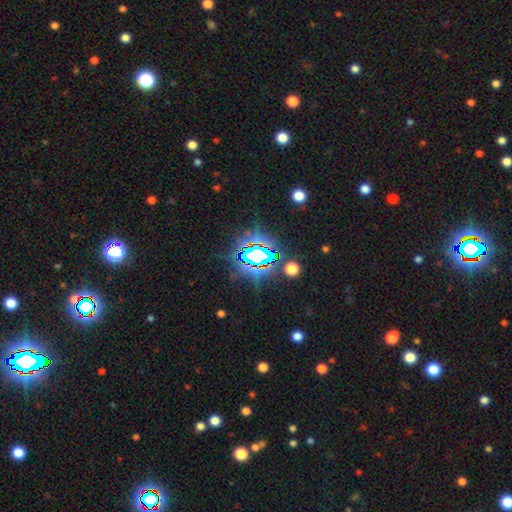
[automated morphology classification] type=star or artifact (75%).